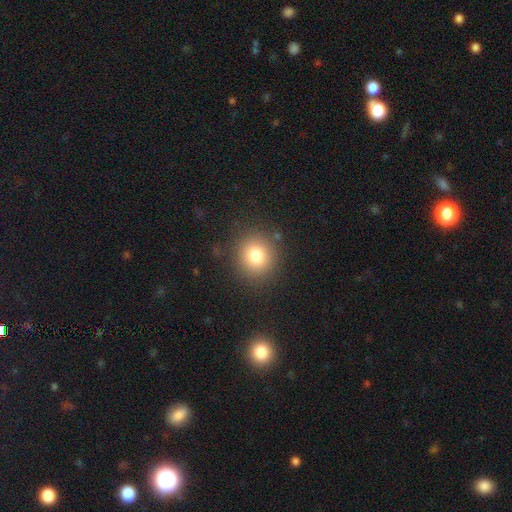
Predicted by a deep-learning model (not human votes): Smooth or featured? smooth (78%)
How rounded? round (87%)
Merging? none (86%)